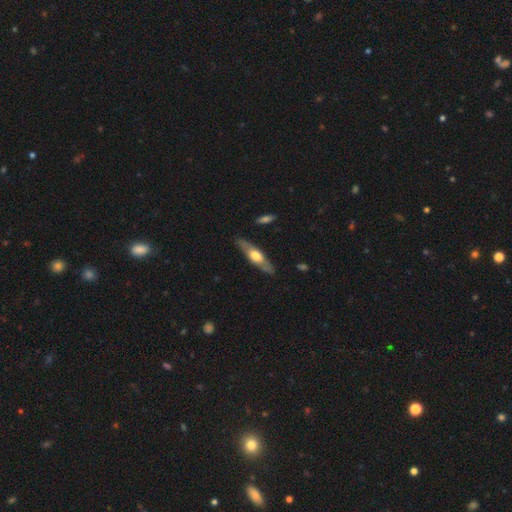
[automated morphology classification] smooth-or-featured: featured or disk: 56% | smooth: 39% | star or artifact: 5%
  disk-edge-on: yes: 79% | no: 21%
  merging: none: 84% | minor disturbance: 12% | major disturbance: 2% | merger: 1%